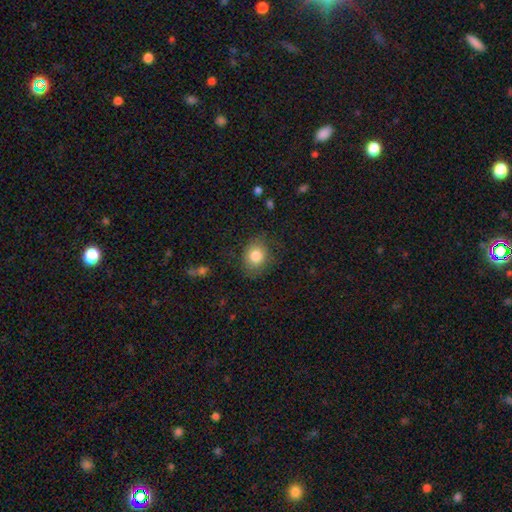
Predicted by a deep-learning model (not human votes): The model was most divided on "how rounded": round: 63%, in between: 37%, cigar-shaped: 1%. More confident: smooth or featured — smooth (82%); merging — none (76%).